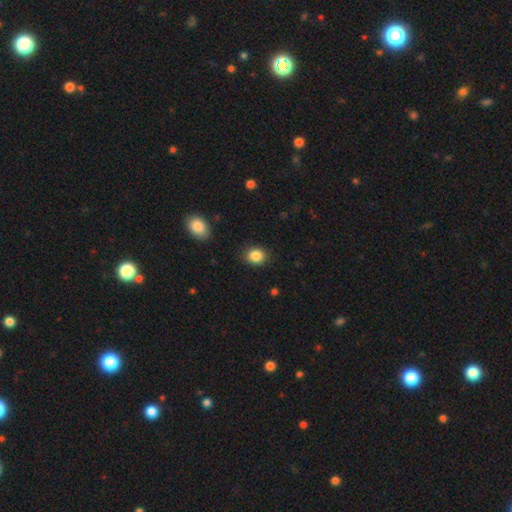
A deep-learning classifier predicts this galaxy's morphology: A smooth galaxy with no disk features (87%) that is round (64%). Merging: none (88%).